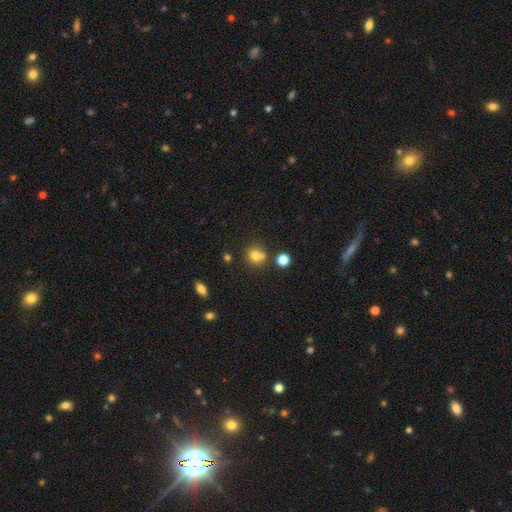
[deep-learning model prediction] Q: Smooth or featured?
A: smooth (76%); runner-up: star or artifact (14%)
Q: How rounded?
A: round (83%); runner-up: in between (16%)
Q: Merging?
A: none (58%); runner-up: merger (27%)